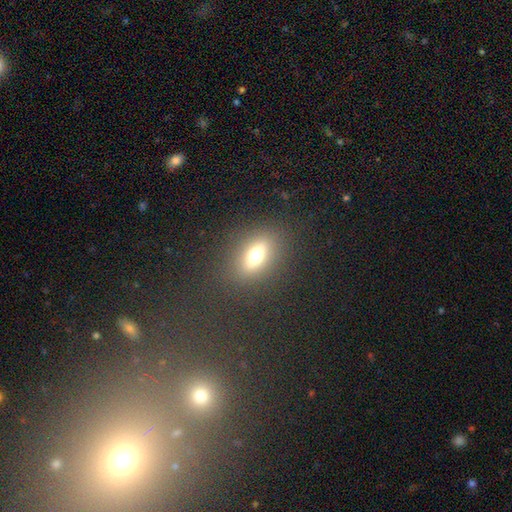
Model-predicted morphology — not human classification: smooth_or_featured: smooth (p=0.59) [alt: featured or disk p=0.27]
how_rounded: in between (p=0.70) [alt: round p=0.17]
merging: none (p=0.84) [alt: minor disturbance p=0.09]